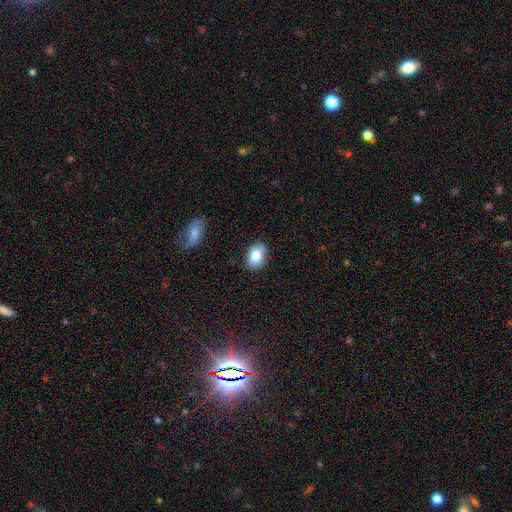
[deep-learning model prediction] smooth_or_featured: smooth (p=0.83) [alt: featured or disk p=0.09]
how_rounded: in between (p=0.80) [alt: round p=0.18]
merging: none (p=0.78) [alt: minor disturbance p=0.17]